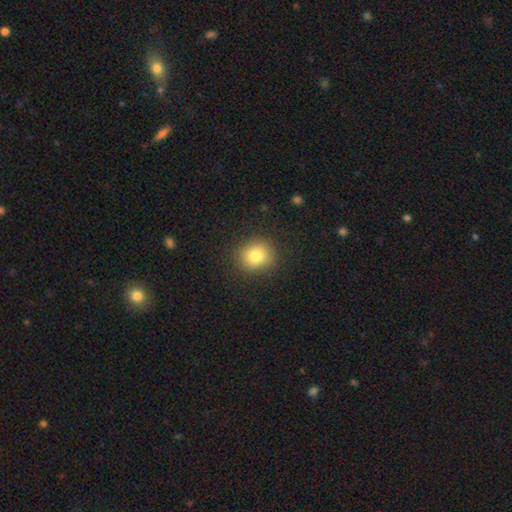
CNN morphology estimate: type=smooth (80%); roundness=round (79%); merging=none (87%).